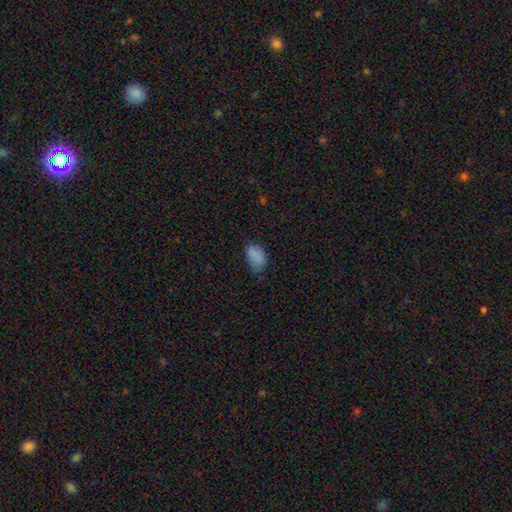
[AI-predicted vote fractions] Overall: smooth (84%). How rounded: in between (89%). Merging: none (54%; minor disturbance 35%).